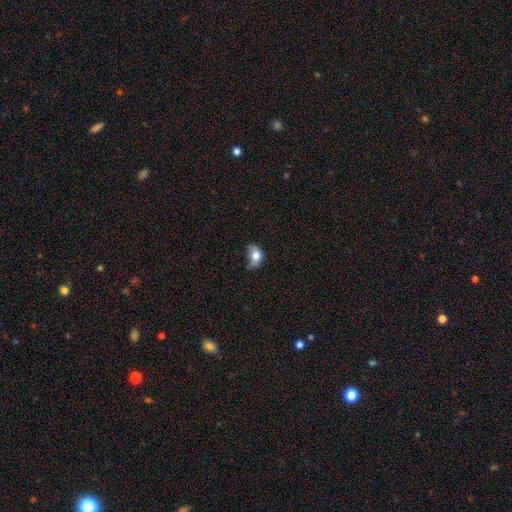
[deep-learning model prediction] A smooth galaxy with no disk features (73%) that is in between round and cigar-shaped (71%). Merging: minor disturbance (41%).